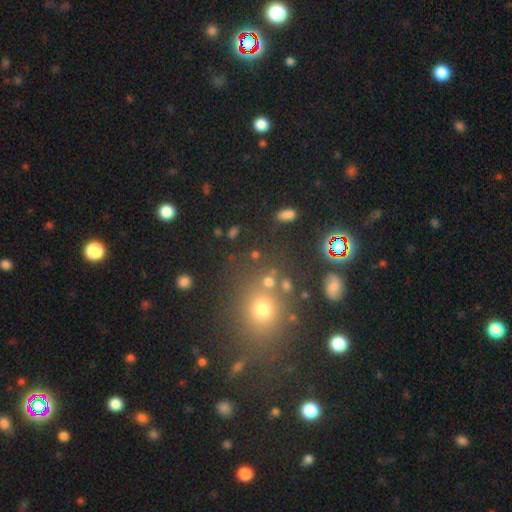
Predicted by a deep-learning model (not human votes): This is possibly a smooth galaxy (51%). How rounded: likely round (69%). Merging: likely none (72%).